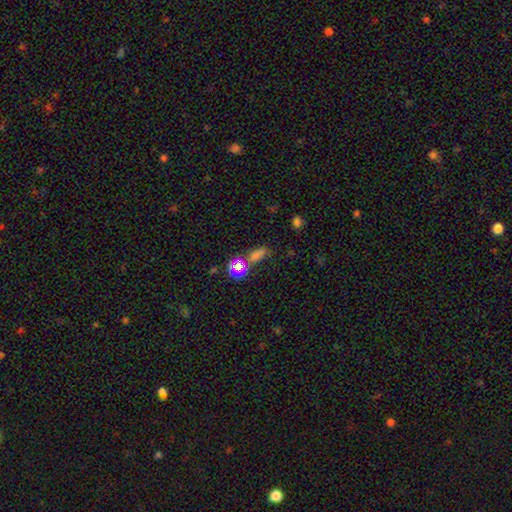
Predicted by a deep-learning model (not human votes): This appears to be a smooth galaxy with no disk features (51%) that is in between round and cigar-shaped (49%). Merging: none (58%).